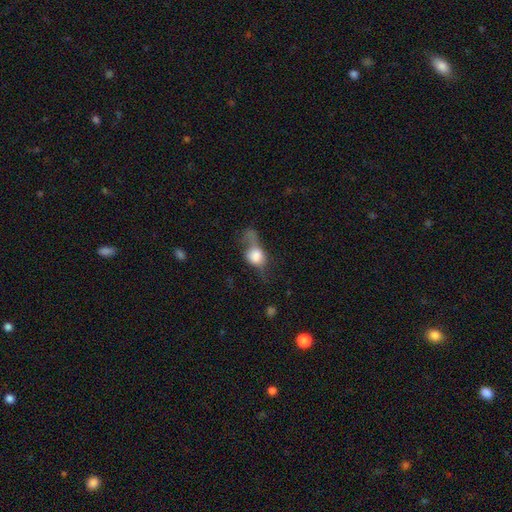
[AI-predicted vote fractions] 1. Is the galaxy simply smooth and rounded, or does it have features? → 63% smooth, 27% featured or disk, 10% star or artifact.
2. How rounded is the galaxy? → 51% in between, 43% round, 5% cigar-shaped.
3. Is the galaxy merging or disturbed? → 37% major disturbance, 25% none, 21% minor disturbance, 17% merger.